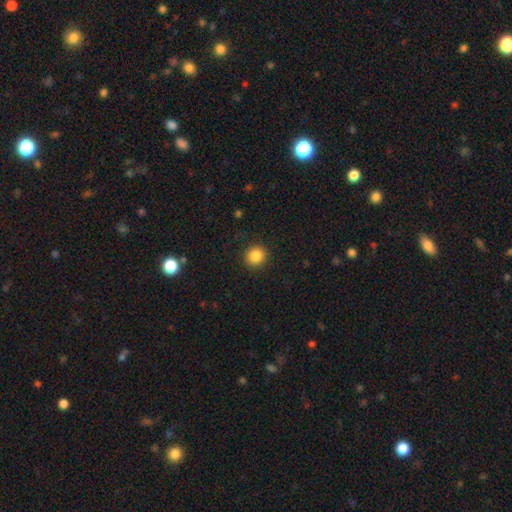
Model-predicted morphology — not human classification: A smooth galaxy with no disk features (85%) that is round (90%).

Vote fractions:
- Smooth or featured? smooth: 85% / star or artifact: 10% / featured or disk: 4%
- How rounded? round: 90% / in between: 9% / cigar-shaped: 1%
- Merging? none: 91% / minor disturbance: 6% / major disturbance: 2% / merger: 1%